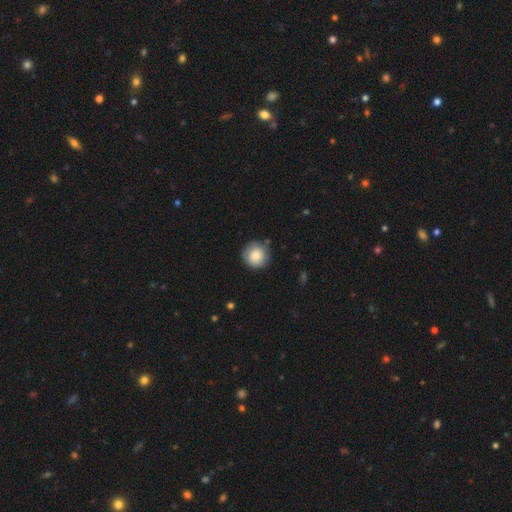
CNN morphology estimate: Q: Smooth or featured?
A: smooth (84%); runner-up: featured or disk (9%)
Q: How rounded?
A: round (95%); runner-up: in between (5%)
Q: Merging?
A: none (82%); runner-up: minor disturbance (14%)